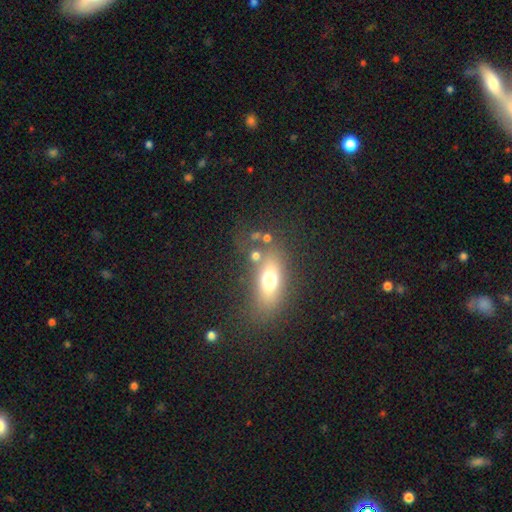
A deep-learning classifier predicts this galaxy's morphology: type=smooth (60%); roundness=in between (60%); merging=none (67%).